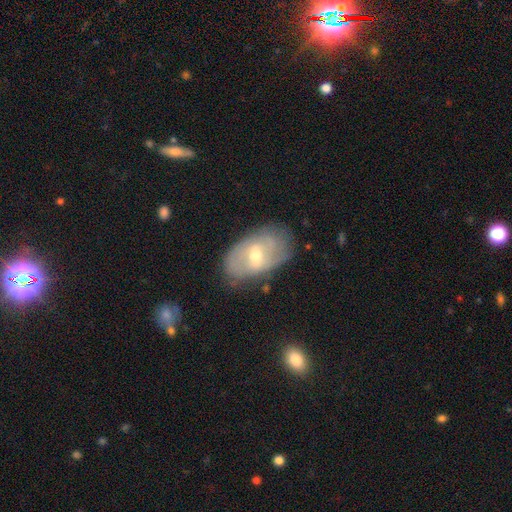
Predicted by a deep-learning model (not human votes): smooth_or_featured: featured or disk (p=0.61) [alt: smooth p=0.31]
disk_edge_on: no (p=0.93) [alt: yes p=0.07]
bar: weak (p=0.51) [alt: no p=0.32]
has_spiral_arms: yes (p=0.63) [alt: no p=0.37]
bulge_size: moderate (p=0.60) [alt: small p=0.35]
merging: none (p=0.71) [alt: minor disturbance p=0.21]